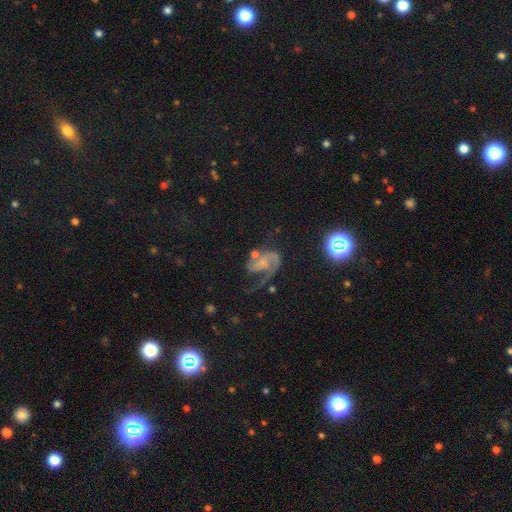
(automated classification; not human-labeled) A featured or disk galaxy (78%) with no bar (56%), 2 (54%) medium (47%) spiral arms (93%) and a small central bulge (50%).

Vote fractions:
- Smooth or featured? featured or disk: 78% / star or artifact: 12% / smooth: 11%
- Edge-on disk? no: 98% / yes: 2%
- Bar? no: 56% / weak: 32% / strong: 11%
- Spiral arms? yes: 93% / no: 7%
- Spiral winding? medium: 47% / loose: 35% / tight: 19%
- Spiral arm count? 2: 54% / 1: 35% / can't tell: 5% / 3: 3% / 4: 1% / more than 4: 1%
- Bulge size? small: 50% / none: 25% / moderate: 20% / large: 3% / dominant: 2%
- Merging? none: 37% / major disturbance: 35% / minor disturbance: 19% / merger: 9%